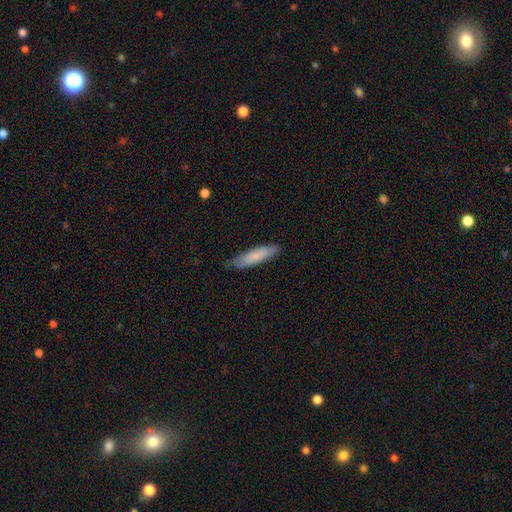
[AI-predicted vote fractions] A smooth galaxy with no disk features (77%) that is cigar-shaped (74%).

Vote fractions:
- Smooth or featured? smooth: 77% / featured or disk: 18% / star or artifact: 6%
- How rounded? cigar-shaped: 74% / in between: 24% / round: 1%
- Merging? none: 80% / minor disturbance: 16% / major disturbance: 3% / merger: 1%